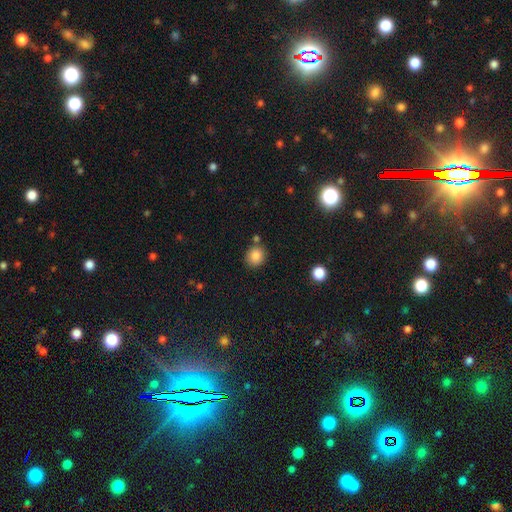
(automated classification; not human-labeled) Morphology: type=smooth (86%); roundness=round (75%); merging=none (78%).